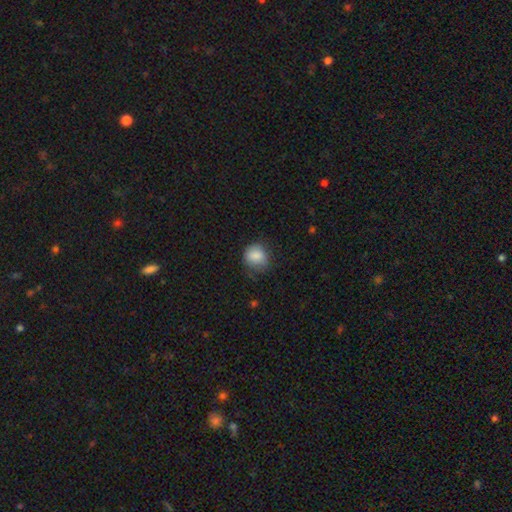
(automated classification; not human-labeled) This is clearly a smooth galaxy (86%). How rounded: likely round (78%). Merging: likely none (66%).